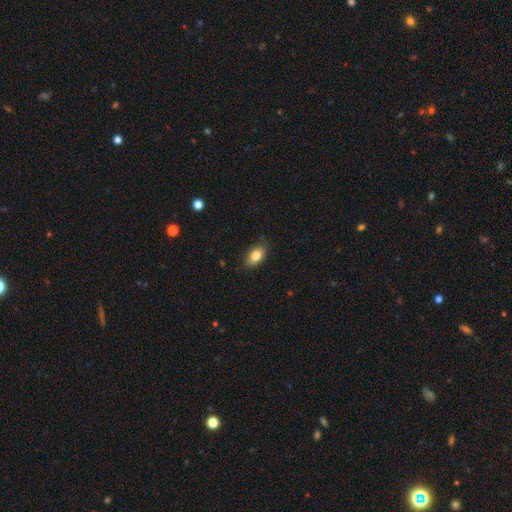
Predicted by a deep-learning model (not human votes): Smooth or featured: smooth — 82% (featured or disk — 10%)
How rounded: in between — 88% (round — 9%)
Merging: none — 84% (minor disturbance — 13%)